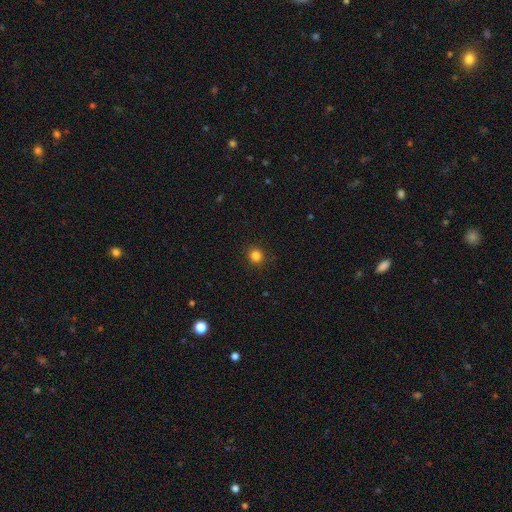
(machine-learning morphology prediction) smooth-or-featured: smooth: 84% | star or artifact: 12% | featured or disk: 4%
  how-rounded: round: 92% | in between: 7% | cigar-shaped: 1%
  merging: none: 92% | minor disturbance: 5% | major disturbance: 2% | merger: 1%